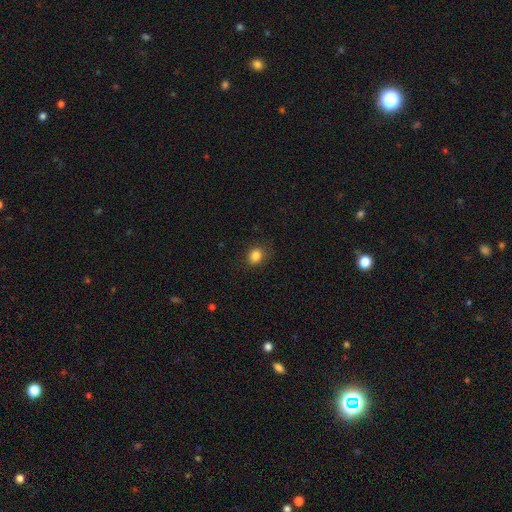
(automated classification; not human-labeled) A smooth galaxy with no disk features (84%) that is round (63%).

Vote fractions:
- Smooth or featured? smooth: 84% / star or artifact: 11% / featured or disk: 5%
- How rounded? round: 63% / in between: 36% / cigar-shaped: 1%
- Merging? none: 86% / minor disturbance: 10% / major disturbance: 3% / merger: 1%